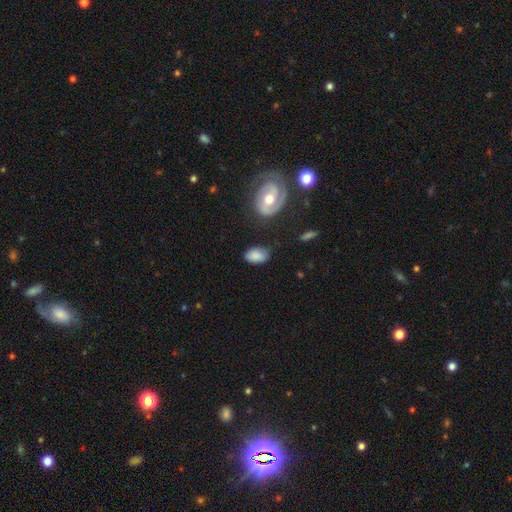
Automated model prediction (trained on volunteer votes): smooth_or_featured: smooth (p=0.80) [alt: featured or disk p=0.13]
how_rounded: in between (p=0.89) [alt: round p=0.09]
merging: none (p=0.68) [alt: minor disturbance p=0.22]